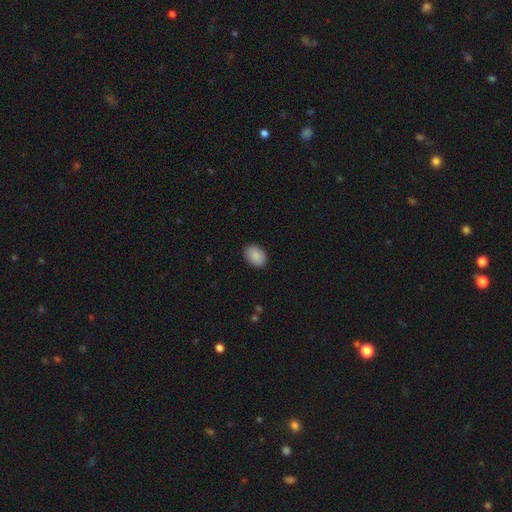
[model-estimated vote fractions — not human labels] Smooth or featured? Predicted: smooth (p=0.89). How rounded? Predicted: in between (p=0.77). Merging? Predicted: none (p=0.89).